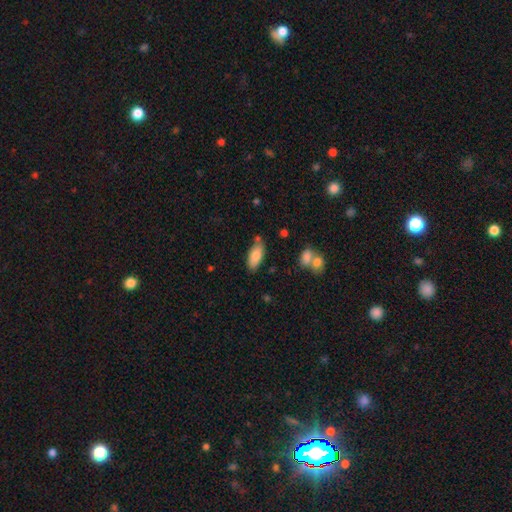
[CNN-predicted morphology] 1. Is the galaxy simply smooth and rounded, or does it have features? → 81% smooth, 12% featured or disk, 7% star or artifact.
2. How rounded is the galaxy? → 84% in between, 14% cigar-shaped, 2% round.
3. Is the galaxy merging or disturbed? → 74% none, 16% minor disturbance, 7% merger, 3% major disturbance.